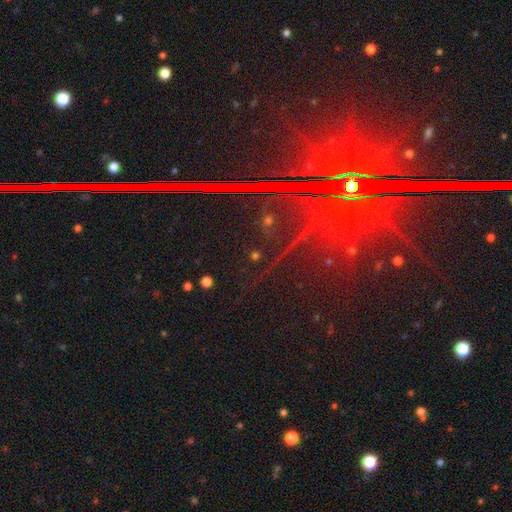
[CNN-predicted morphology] This appears to be a star or artifact, not a galaxy (79%).